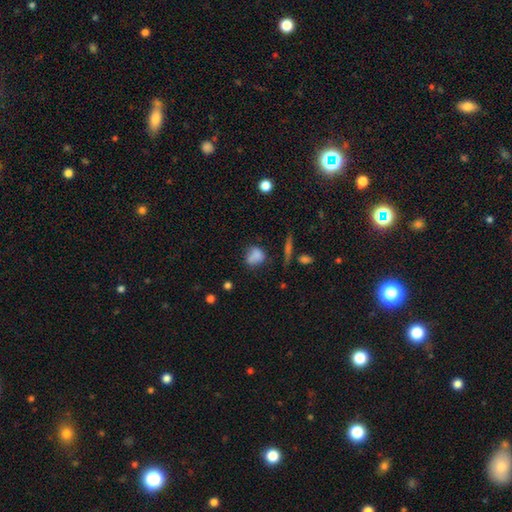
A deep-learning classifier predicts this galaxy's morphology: smooth_or_featured: smooth (p=0.73) [alt: featured or disk p=0.15]
how_rounded: round (p=0.51) [alt: in between p=0.45]
merging: none (p=0.49) [alt: minor disturbance p=0.26]